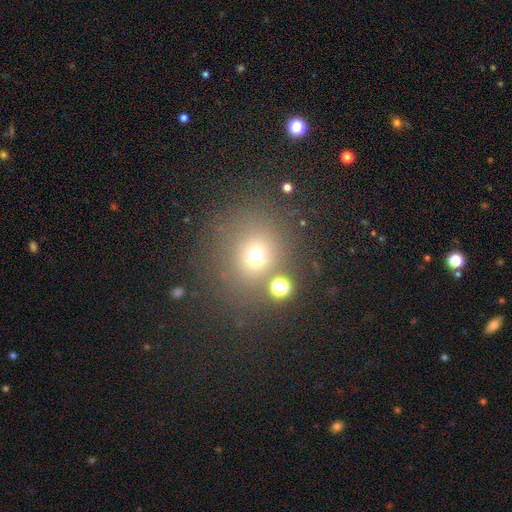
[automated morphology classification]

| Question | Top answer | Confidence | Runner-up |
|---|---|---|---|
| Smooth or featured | smooth | 66% | star or artifact (23%) |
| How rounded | round | 82% | in between (17%) |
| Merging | none | 73% | minor disturbance (11%) |